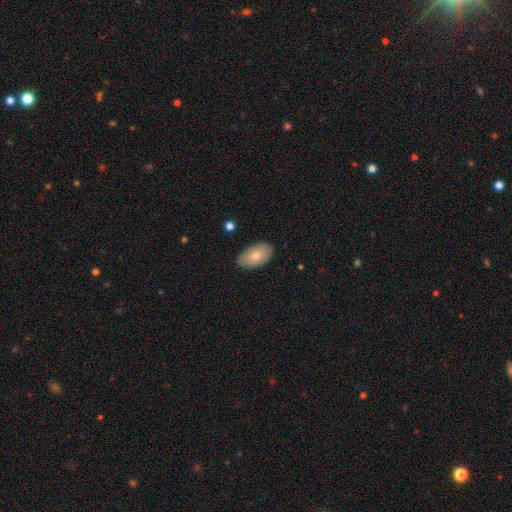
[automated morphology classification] Smooth or featured?
  - smooth: 75% *
  - featured or disk: 19%
  - star or artifact: 6%
How rounded?
  - in between: 93% *
  - round: 6%
  - cigar-shaped: 1%
Merging?
  - none: 84% *
  - minor disturbance: 13%
  - major disturbance: 2%
  - merger: 1%